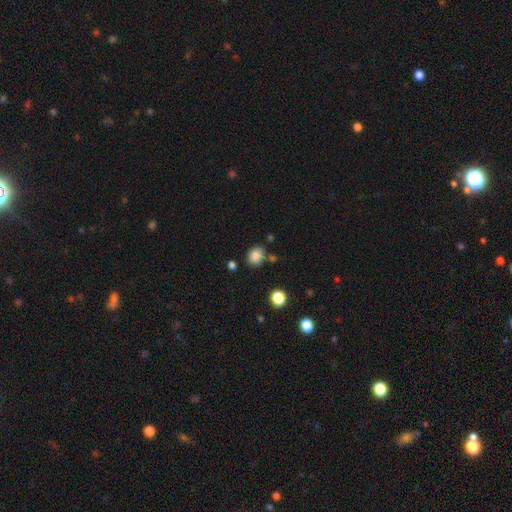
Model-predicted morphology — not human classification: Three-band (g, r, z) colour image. It shows a smooth galaxy with no disk features (85%) that is round (50%). Merging: none (77%).